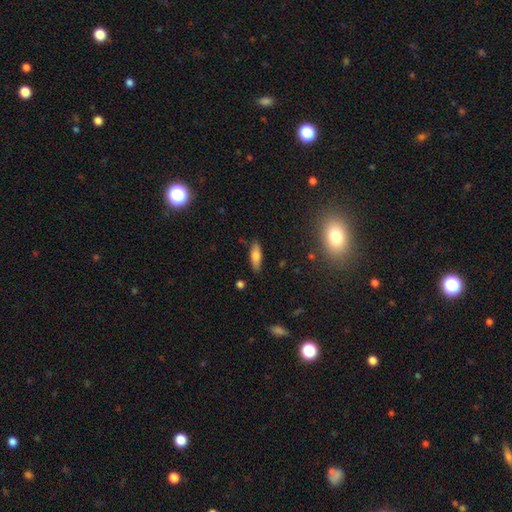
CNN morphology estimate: This appears to be a smooth galaxy with no disk features (75%) that is in between round and cigar-shaped (59%). Merging: none (83%).